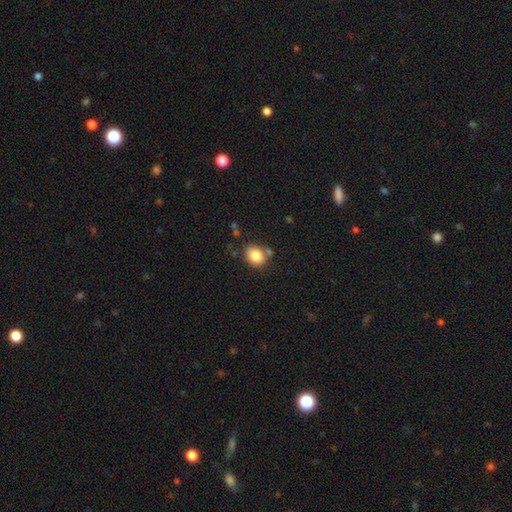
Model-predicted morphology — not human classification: Overall: smooth (83%). How rounded: round (55%; in between 44%). Merging: none (72%).